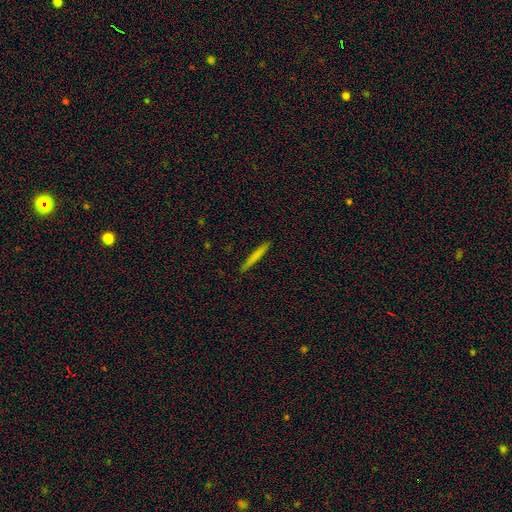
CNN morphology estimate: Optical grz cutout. It shows a smooth galaxy with no disk features (70%) that is cigar-shaped (96%). Merging: none (90%).